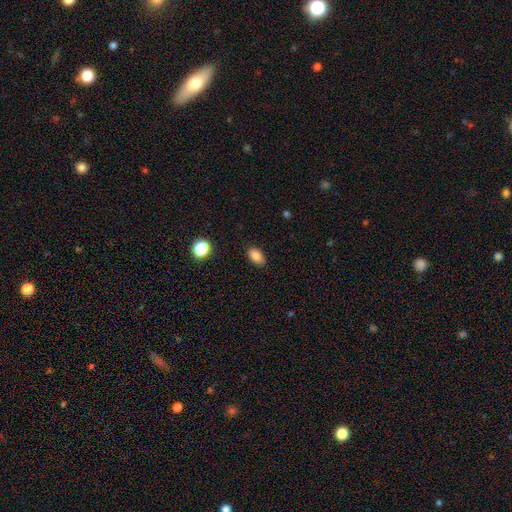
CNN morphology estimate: smooth-or-featured: smooth: 86% | star or artifact: 10% | featured or disk: 5%
  how-rounded: in between: 90% | round: 8% | cigar-shaped: 2%
  merging: none: 85% | minor disturbance: 11% | major disturbance: 3% | merger: 1%